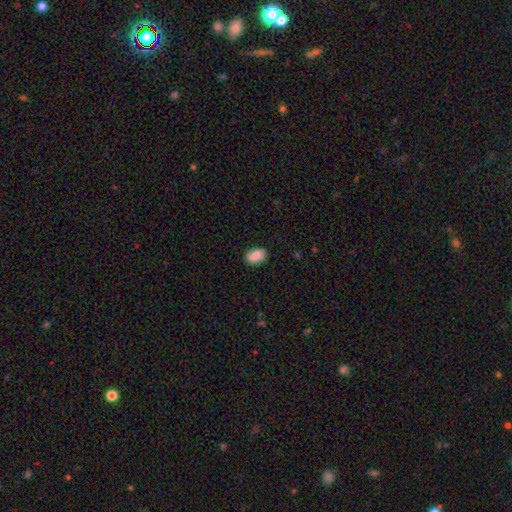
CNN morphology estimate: Q: Smooth or featured?
A: smooth (86%); runner-up: star or artifact (7%)
Q: How rounded?
A: in between (86%); runner-up: round (13%)
Q: Merging?
A: none (86%); runner-up: minor disturbance (11%)